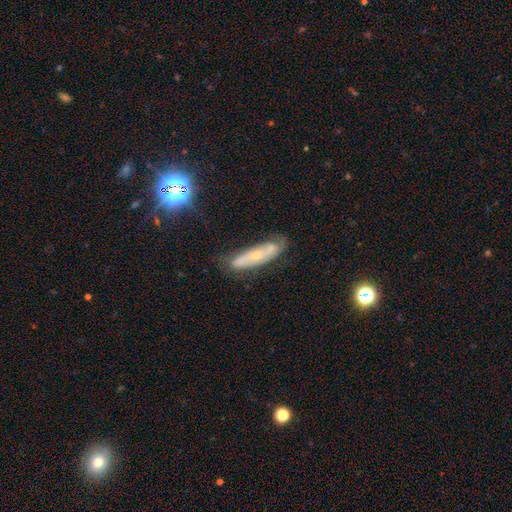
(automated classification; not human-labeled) A featured or disk galaxy (63%). Merging: none (69%).